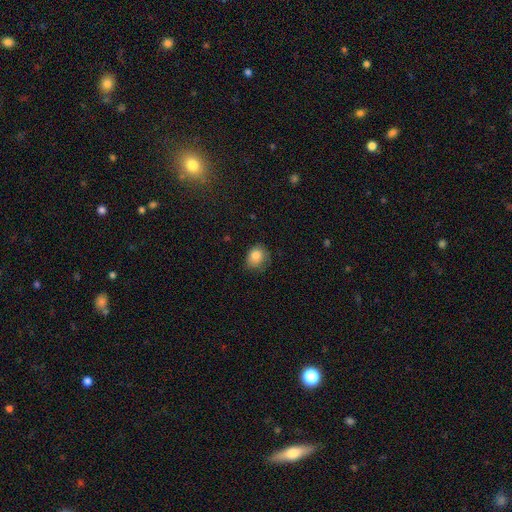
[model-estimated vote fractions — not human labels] A smooth galaxy with no disk features (85%) that is round (66%).

Vote fractions:
- Smooth or featured? smooth: 85% / star or artifact: 9% / featured or disk: 7%
- How rounded? round: 66% / in between: 33% / cigar-shaped: 1%
- Merging? none: 62% / minor disturbance: 28% / major disturbance: 8% / merger: 1%